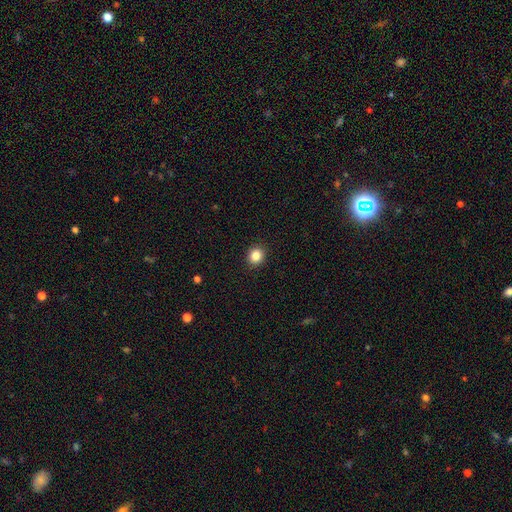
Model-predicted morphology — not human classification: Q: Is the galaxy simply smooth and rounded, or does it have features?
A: smooth — 85%.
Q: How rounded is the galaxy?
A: round — 78%.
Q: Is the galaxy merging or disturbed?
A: none — 92%.